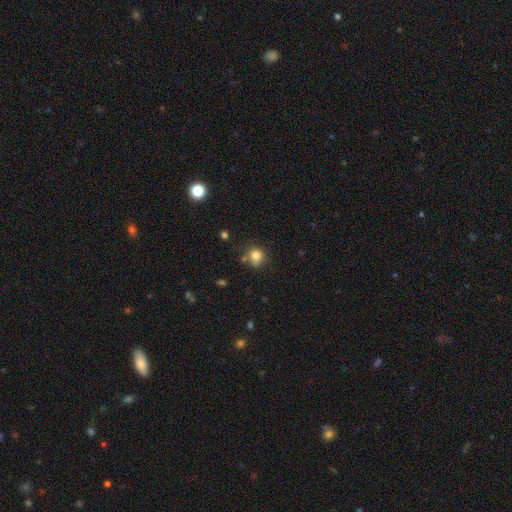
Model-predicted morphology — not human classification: This appears to be a smooth galaxy with no disk features (81%) that is round (80%). Merging: none (66%).